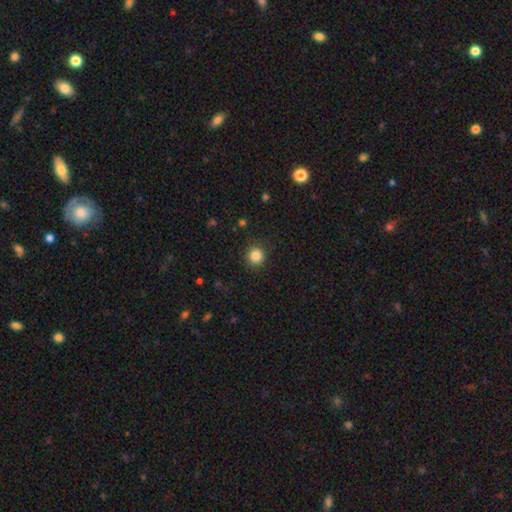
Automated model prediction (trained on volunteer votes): smooth_or_featured: smooth (p=0.85) [alt: star or artifact p=0.11]
how_rounded: round (p=0.93) [alt: in between p=0.06]
merging: none (p=0.90) [alt: minor disturbance p=0.06]